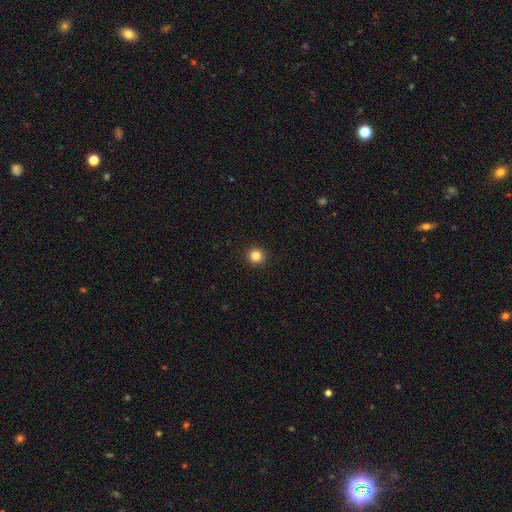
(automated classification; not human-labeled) The model was most divided on "smooth or featured": smooth: 85%, star or artifact: 11%, featured or disk: 4%. More confident: how rounded — round (95%); merging — none (93%).